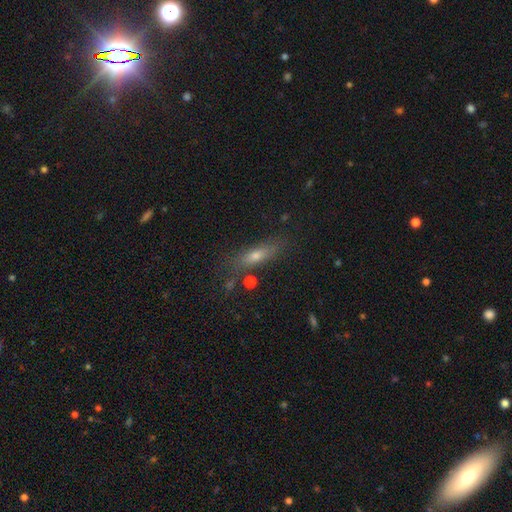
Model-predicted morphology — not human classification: smooth-or-featured: smooth: 57% | featured or disk: 30% | star or artifact: 13%
  how-rounded: cigar-shaped: 62% | in between: 34% | round: 4%
  merging: none: 76% | minor disturbance: 15% | major disturbance: 5% | merger: 5%